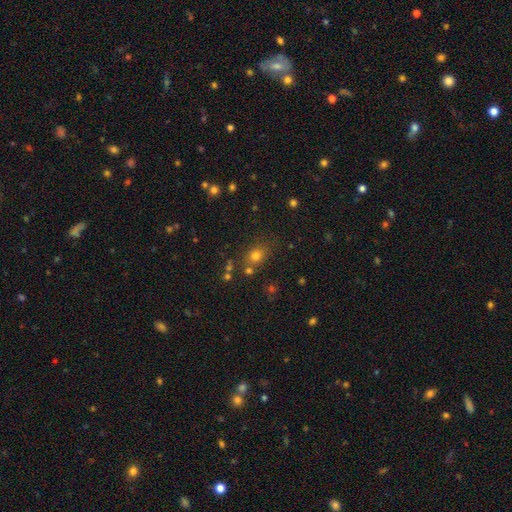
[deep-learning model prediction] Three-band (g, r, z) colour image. It shows a smooth galaxy with no disk features (71%) that is round (58%). Merging: none (69%).